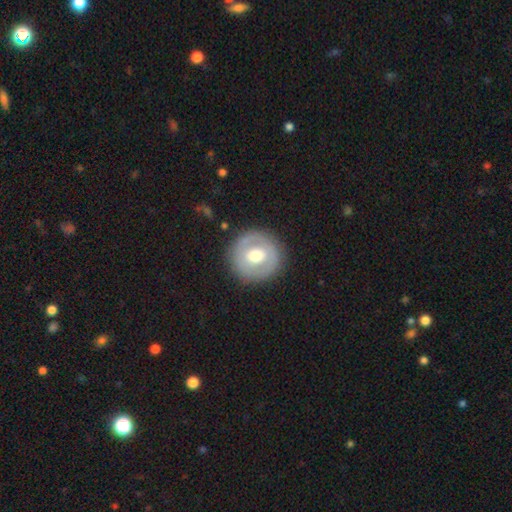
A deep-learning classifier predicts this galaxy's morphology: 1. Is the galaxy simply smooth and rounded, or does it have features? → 48% smooth, 46% featured or disk, 6% star or artifact.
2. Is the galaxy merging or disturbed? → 88% none, 8% minor disturbance, 3% major disturbance, 1% merger.